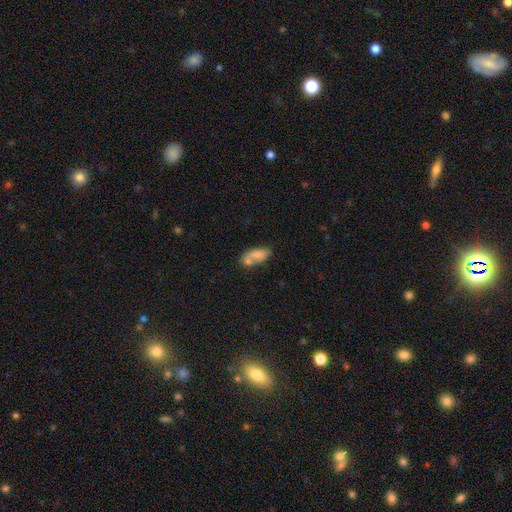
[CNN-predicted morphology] This appears to be a smooth galaxy with no disk features (71%) that is in between round and cigar-shaped (87%). Merging: merger (39%).